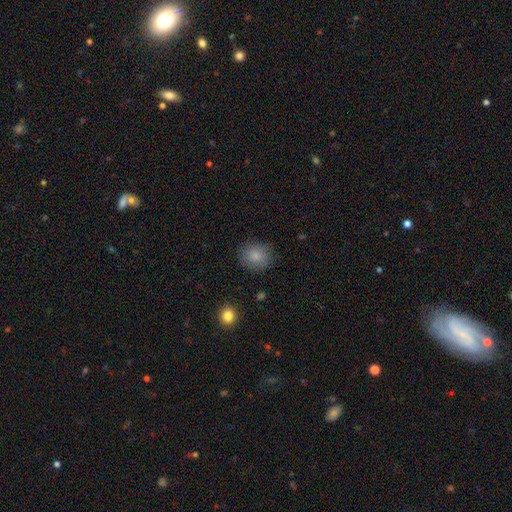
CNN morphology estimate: Smooth or featured?
  - smooth: 85% *
  - star or artifact: 9%
  - featured or disk: 6%
How rounded?
  - round: 73% *
  - in between: 26%
  - cigar-shaped: 1%
Merging?
  - none: 84% *
  - minor disturbance: 11%
  - major disturbance: 4%
  - merger: 1%